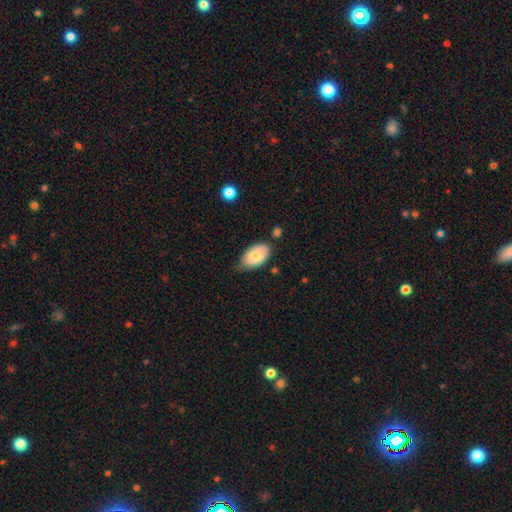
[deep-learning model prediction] Smooth or featured?
  - smooth: 77% *
  - featured or disk: 17%
  - star or artifact: 6%
How rounded?
  - in between: 93% *
  - round: 5%
  - cigar-shaped: 1%
Merging?
  - none: 53% *
  - minor disturbance: 36%
  - major disturbance: 7%
  - merger: 4%